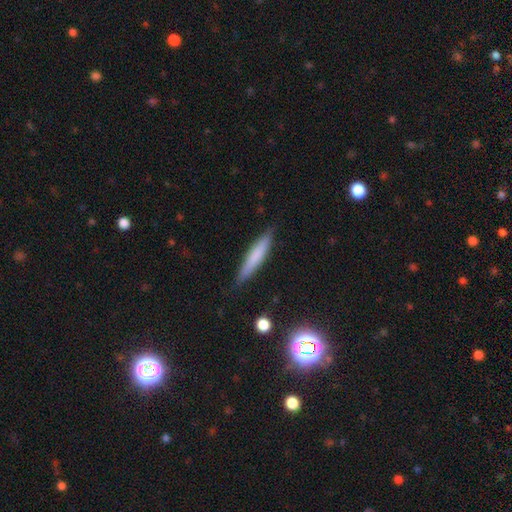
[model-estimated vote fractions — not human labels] Smooth or featured? smooth (68%)
How rounded? cigar-shaped (89%)
Merging? none (86%)